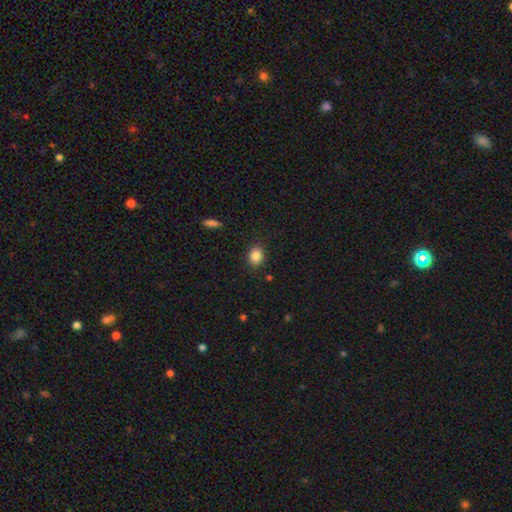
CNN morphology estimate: The model was most divided on "how rounded": round: 51%, in between: 47%, cigar-shaped: 1%. More confident: merging — none (88%); smooth or featured — smooth (85%).